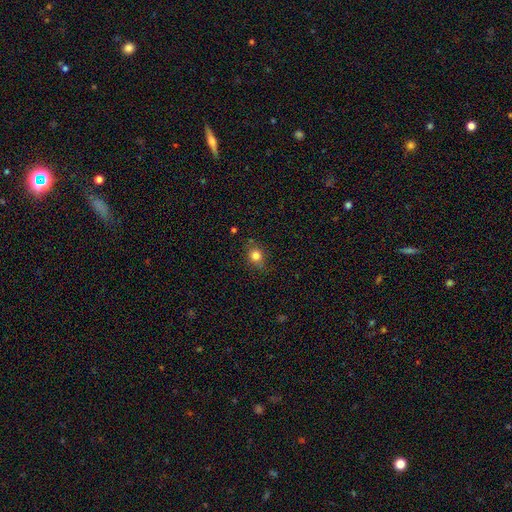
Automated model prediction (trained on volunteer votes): This is clearly a smooth galaxy (81%). How rounded: likely round (74%). Merging: likely none (77%).